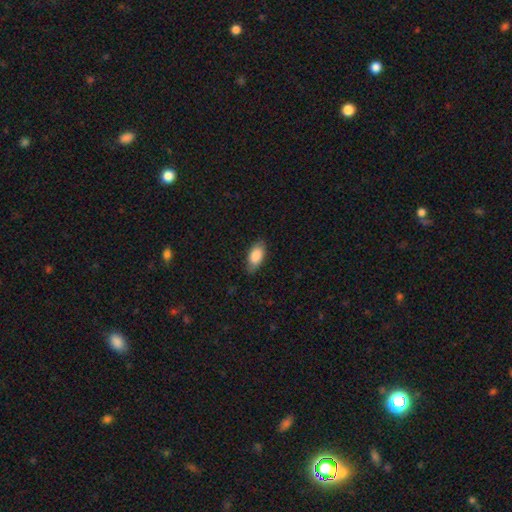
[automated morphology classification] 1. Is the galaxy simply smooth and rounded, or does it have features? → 86% smooth, 7% featured or disk, 6% star or artifact.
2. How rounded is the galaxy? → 91% in between, 5% cigar-shaped, 3% round.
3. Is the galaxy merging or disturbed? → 80% none, 16% minor disturbance, 3% major disturbance, 1% merger.